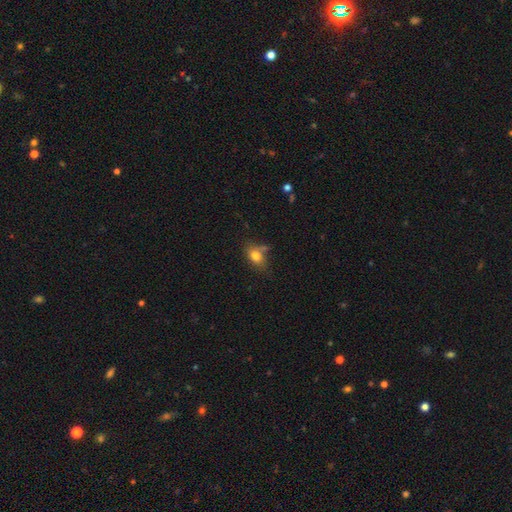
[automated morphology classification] A smooth galaxy with no disk features (78%) that is in between round and cigar-shaped (74%). Merging: none (59%).